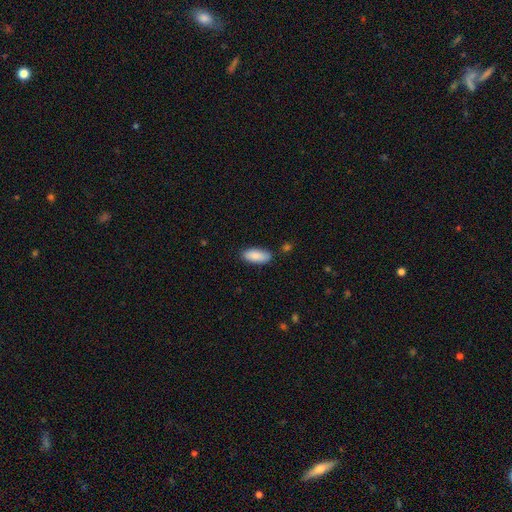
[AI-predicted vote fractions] Overall: smooth (88%). How rounded: in between (84%). Merging: none (83%).